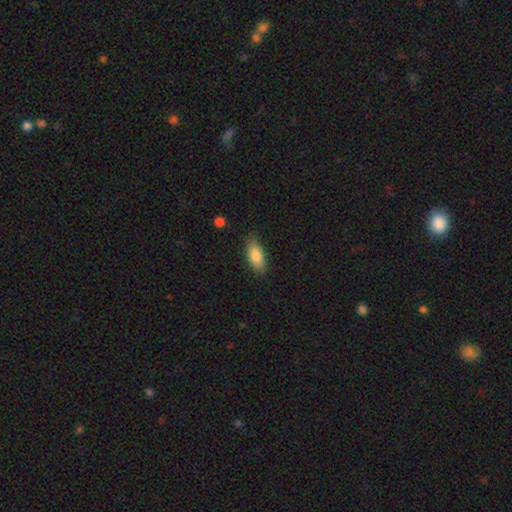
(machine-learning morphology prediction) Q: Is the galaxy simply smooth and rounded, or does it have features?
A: smooth — 82%.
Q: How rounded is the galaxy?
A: in between — 82%.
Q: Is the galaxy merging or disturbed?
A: none — 85%.